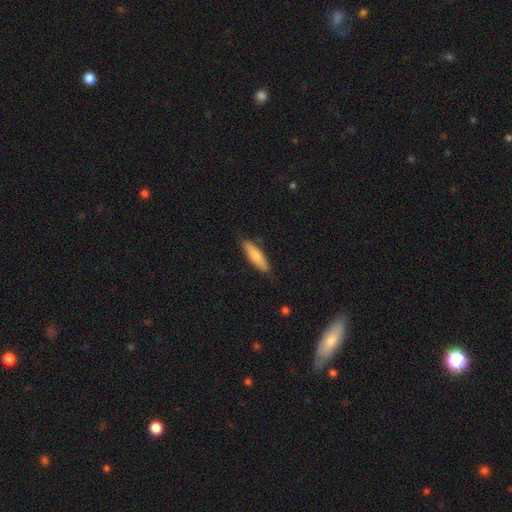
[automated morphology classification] Smooth or featured? Predicted: smooth (p=0.77). How rounded? Predicted: cigar-shaped (p=0.66). Merging? Predicted: none (p=0.84).